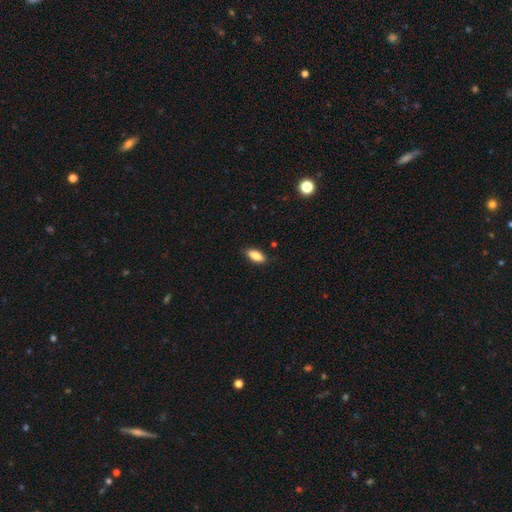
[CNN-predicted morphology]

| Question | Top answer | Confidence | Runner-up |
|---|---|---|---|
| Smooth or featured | smooth | 85% | featured or disk (9%) |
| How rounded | in between | 82% | cigar-shaped (15%) |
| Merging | none | 85% | minor disturbance (12%) |